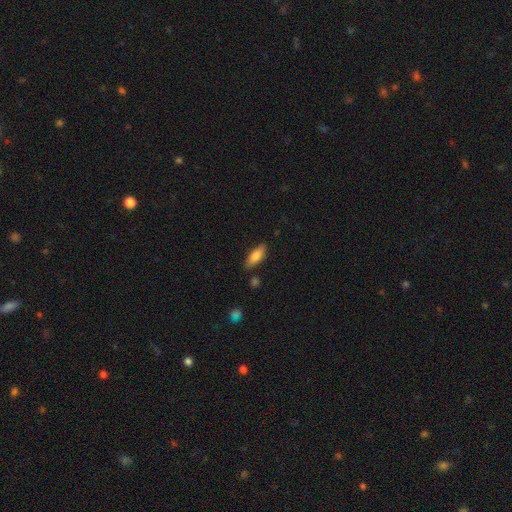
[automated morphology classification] Smooth or featured? Predicted: smooth (p=0.79). How rounded? Predicted: in between (p=0.70). Merging? Predicted: none (p=0.82).